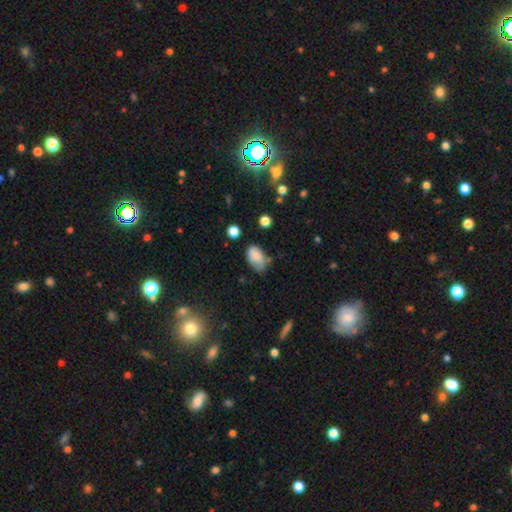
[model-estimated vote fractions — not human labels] Q: Smooth or featured?
A: smooth (81%); runner-up: featured or disk (10%)
Q: How rounded?
A: in between (90%); runner-up: round (8%)
Q: Merging?
A: none (44%); runner-up: minor disturbance (39%)